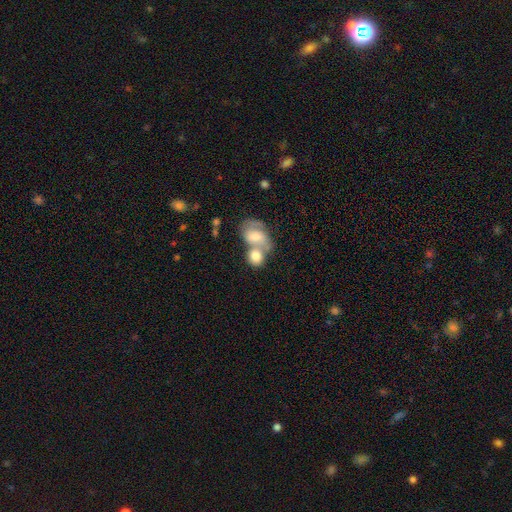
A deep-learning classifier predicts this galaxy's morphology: Overall: smooth (67%). How rounded: round (55%; in between 43%). Merging: merger (67%).